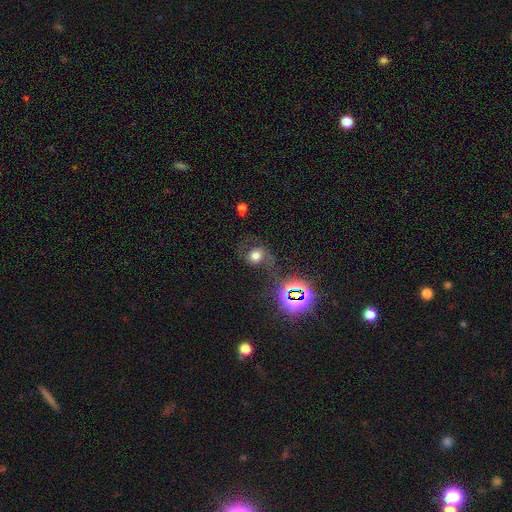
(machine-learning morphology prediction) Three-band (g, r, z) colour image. It shows a smooth galaxy with no disk features (50%). Merging: none (51%).